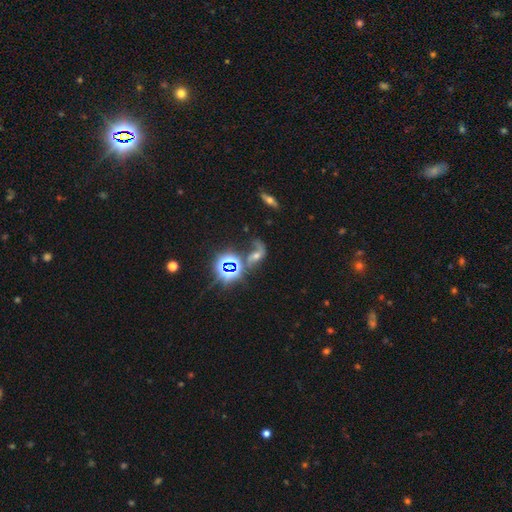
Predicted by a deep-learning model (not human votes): The model was most divided on "smooth or featured": featured or disk: 45%, star or artifact: 35%, smooth: 20%. Remaining: merging — none (37%).